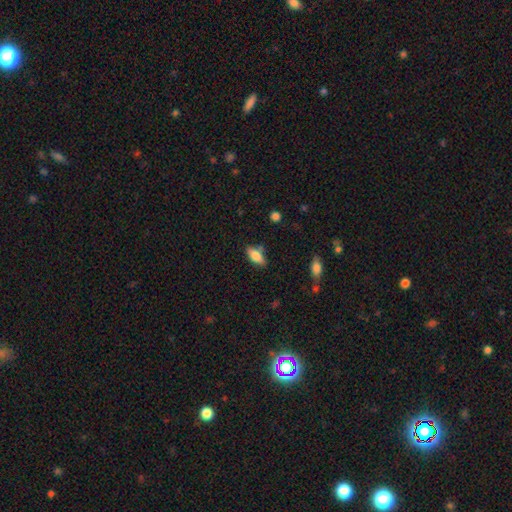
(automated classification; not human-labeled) Smooth or featured: smooth — 74% (featured or disk — 18%)
How rounded: in between — 81% (cigar-shaped — 17%)
Merging: none — 76% (minor disturbance — 16%)